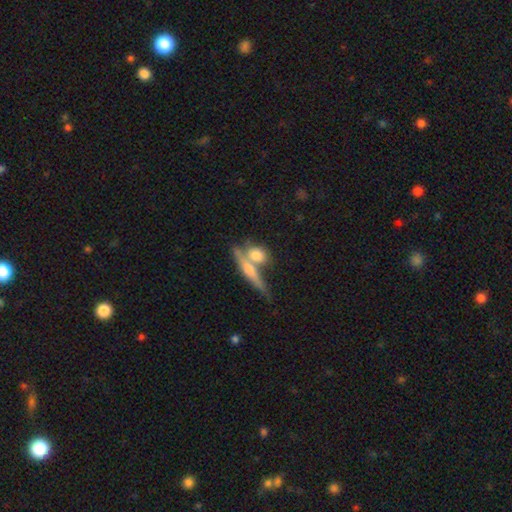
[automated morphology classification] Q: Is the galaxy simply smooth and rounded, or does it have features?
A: smooth — 64%.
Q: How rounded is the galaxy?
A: in between — 39%.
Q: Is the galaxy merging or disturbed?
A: merger — 43%.